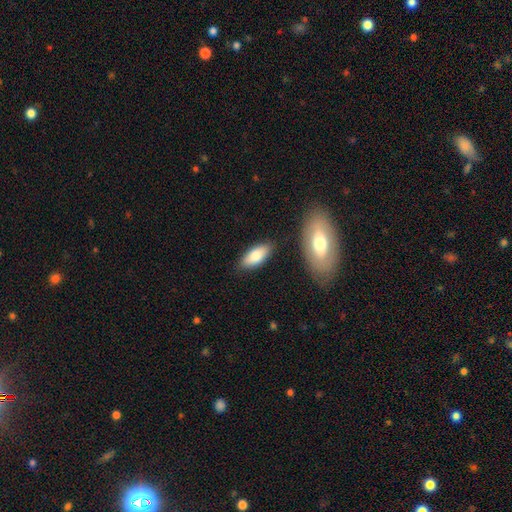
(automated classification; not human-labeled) A smooth galaxy with no disk features (80%) that is in between round and cigar-shaped (84%). Merging: none (81%).